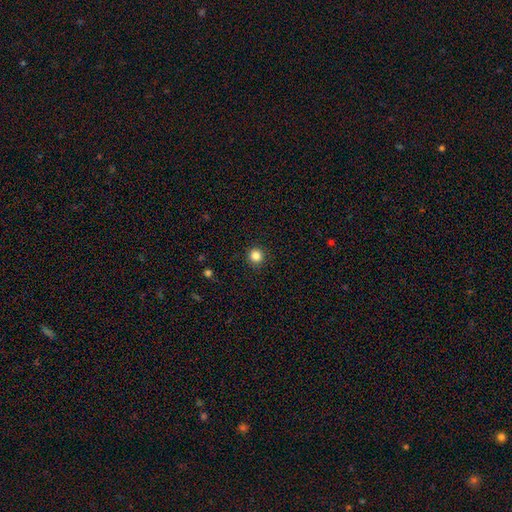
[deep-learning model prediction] Smooth or featured? Predicted: smooth (p=0.84). How rounded? Predicted: round (p=0.94). Merging? Predicted: none (p=0.92).